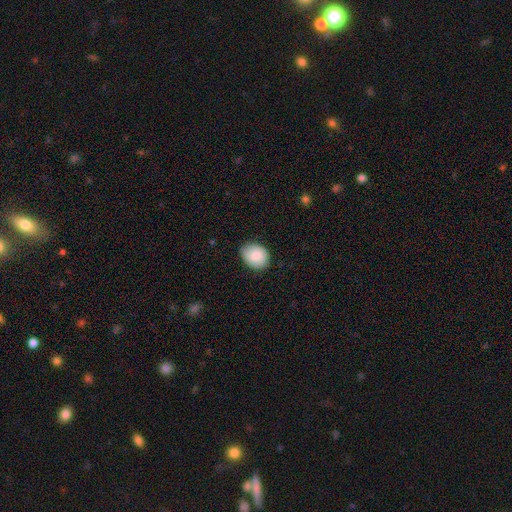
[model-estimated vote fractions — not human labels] A smooth galaxy with no disk features (86%) that is in between round and cigar-shaped (58%). Merging: none (79%).